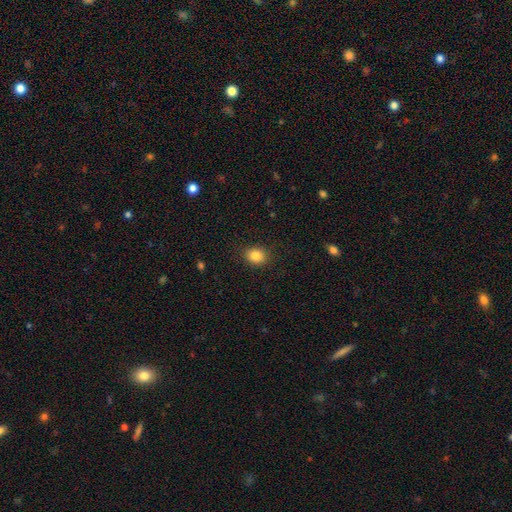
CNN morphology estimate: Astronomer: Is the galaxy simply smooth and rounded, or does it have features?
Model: smooth — 85%.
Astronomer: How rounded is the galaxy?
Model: round — 52% (runner-up: in between, 47%).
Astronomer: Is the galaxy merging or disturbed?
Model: none — 88%.